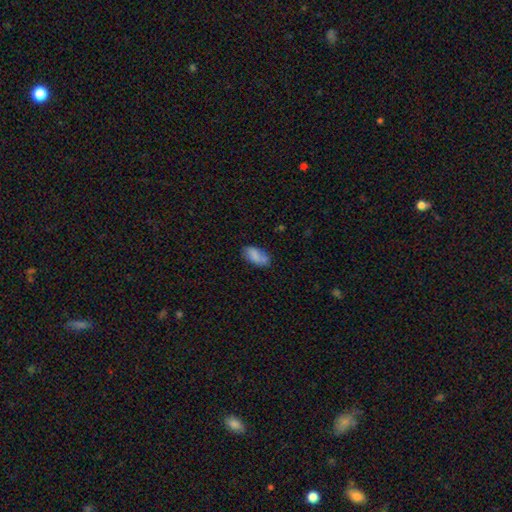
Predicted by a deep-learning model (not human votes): Smooth or featured?
  - smooth: 78% *
  - featured or disk: 13%
  - star or artifact: 8%
How rounded?
  - in between: 92% *
  - round: 5%
  - cigar-shaped: 3%
Merging?
  - none: 57% *
  - minor disturbance: 25%
  - merger: 11%
  - major disturbance: 7%